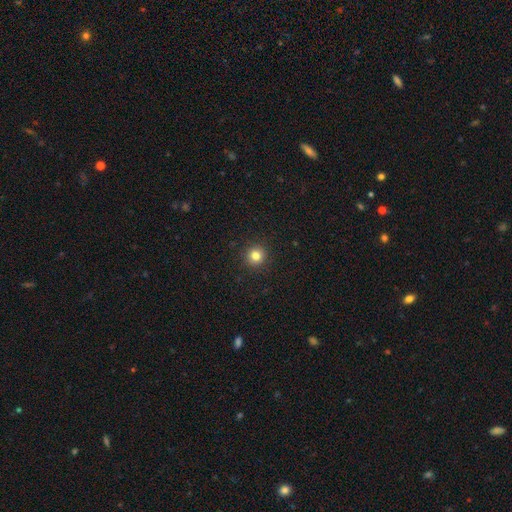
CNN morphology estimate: Overall: smooth (81%). How rounded: round (94%). Merging: none (93%).